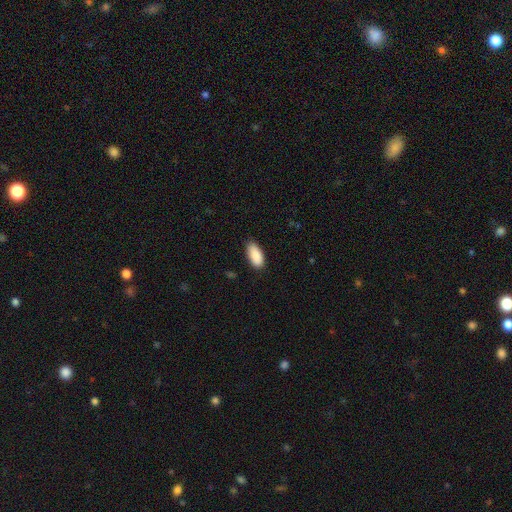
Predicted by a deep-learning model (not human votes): Q: Smooth or featured?
A: smooth (90%); runner-up: star or artifact (6%)
Q: How rounded?
A: in between (90%); runner-up: cigar-shaped (8%)
Q: Merging?
A: none (82%); runner-up: minor disturbance (14%)